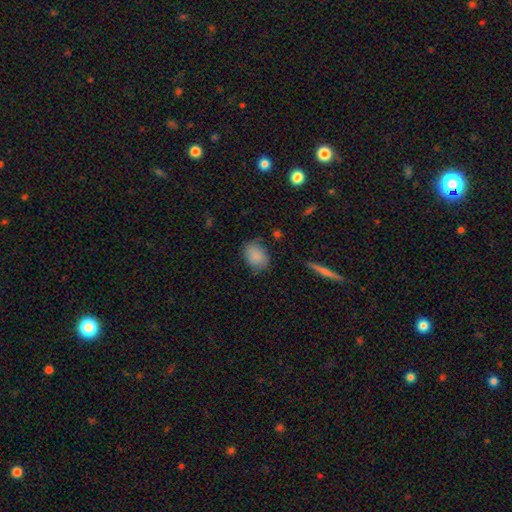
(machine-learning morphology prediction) Smooth or featured? smooth (86%)
How rounded? in between (65%)
Merging? none (77%)